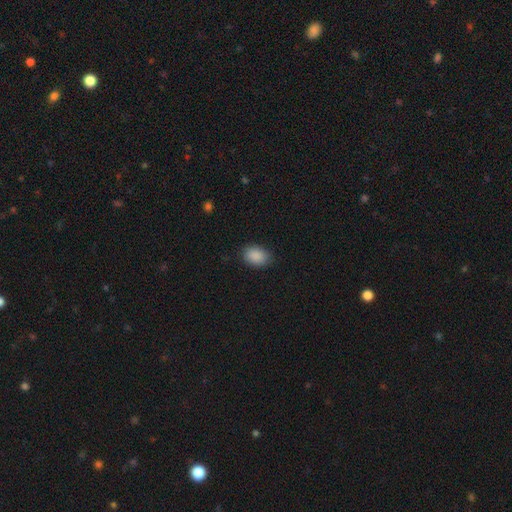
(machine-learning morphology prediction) Smooth or featured? smooth (89%)
How rounded? in between (81%)
Merging? none (83%)